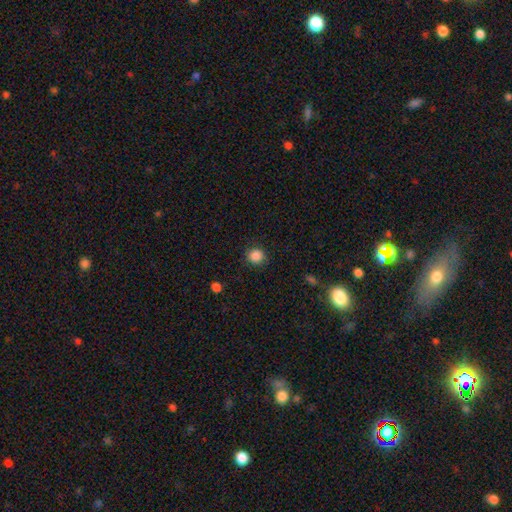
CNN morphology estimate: type=smooth (87%); roundness=round (87%); merging=none (88%).